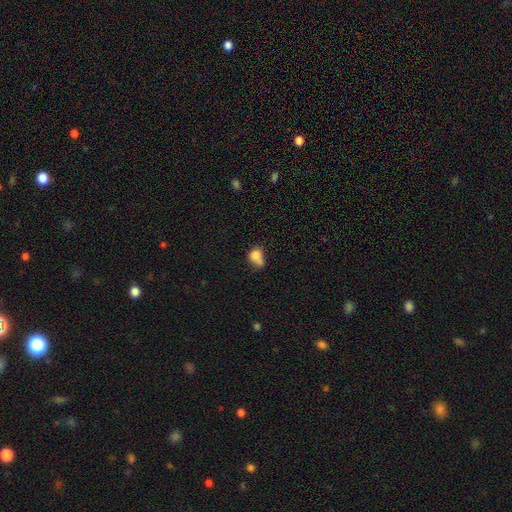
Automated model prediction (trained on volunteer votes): Q: Smooth or featured?
A: smooth (77%); runner-up: featured or disk (13%)
Q: How rounded?
A: in between (50%); runner-up: round (48%)
Q: Merging?
A: merger (41%); runner-up: none (27%)